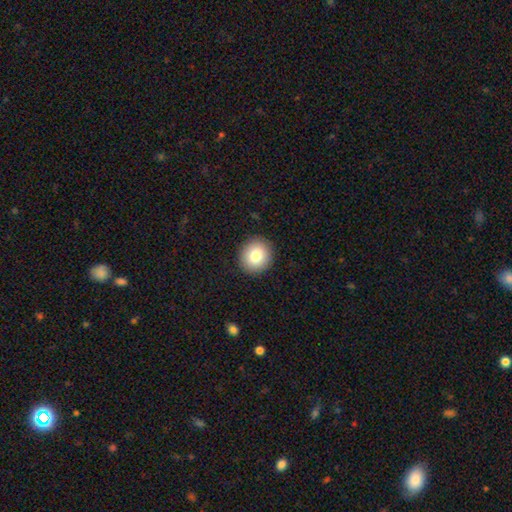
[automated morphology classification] Smooth or featured?
  - smooth: 81% *
  - featured or disk: 10%
  - star or artifact: 9%
How rounded?
  - round: 88% *
  - in between: 11%
  - cigar-shaped: 1%
Merging?
  - none: 91% *
  - minor disturbance: 6%
  - major disturbance: 2%
  - merger: 1%